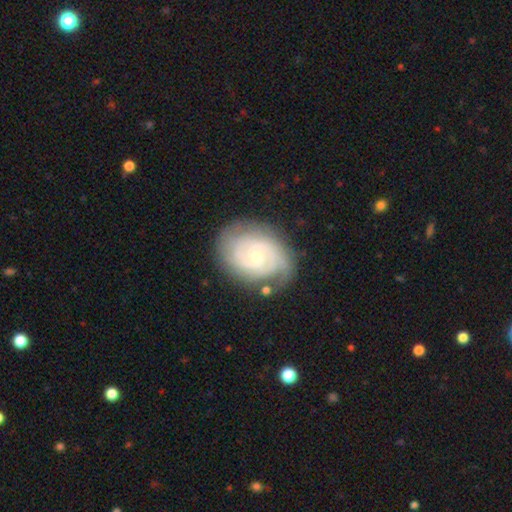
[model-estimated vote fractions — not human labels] smooth_or_featured: featured or disk (p=0.86) [alt: smooth p=0.09]
disk_edge_on: no (p=0.98) [alt: yes p=0.02]
bar: no (p=0.50) [alt: weak p=0.43]
has_spiral_arms: yes (p=0.97) [alt: no p=0.03]
spiral_winding: tight (p=0.66) [alt: medium p=0.29]
spiral_arm_count: 2 (p=0.56) [alt: can't tell p=0.17]
bulge_size: small (p=0.69) [alt: moderate p=0.27]
merging: none (p=0.75) [alt: minor disturbance p=0.17]